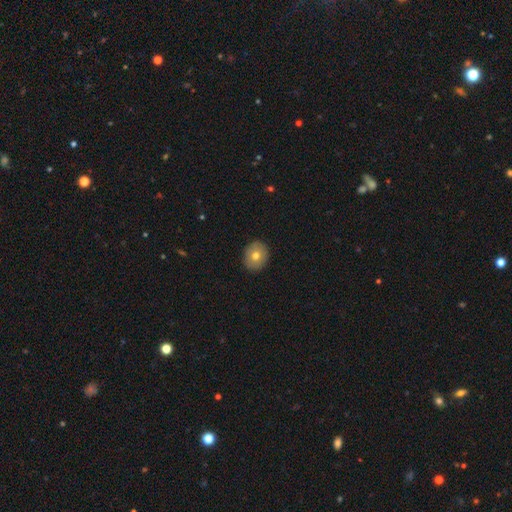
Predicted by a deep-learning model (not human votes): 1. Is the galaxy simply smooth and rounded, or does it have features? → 70% smooth, 22% featured or disk, 8% star or artifact.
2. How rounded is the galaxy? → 67% round, 32% in between, 1% cigar-shaped.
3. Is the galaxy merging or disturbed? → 90% none, 7% minor disturbance, 2% major disturbance, 1% merger.